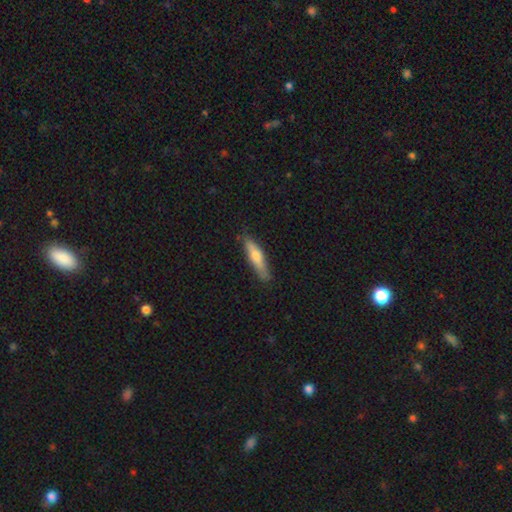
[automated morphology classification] Smooth or featured?
  - smooth: 60% *
  - featured or disk: 34%
  - star or artifact: 6%
How rounded?
  - cigar-shaped: 80% *
  - in between: 18%
  - round: 2%
Merging?
  - none: 82% *
  - minor disturbance: 14%
  - major disturbance: 2%
  - merger: 1%